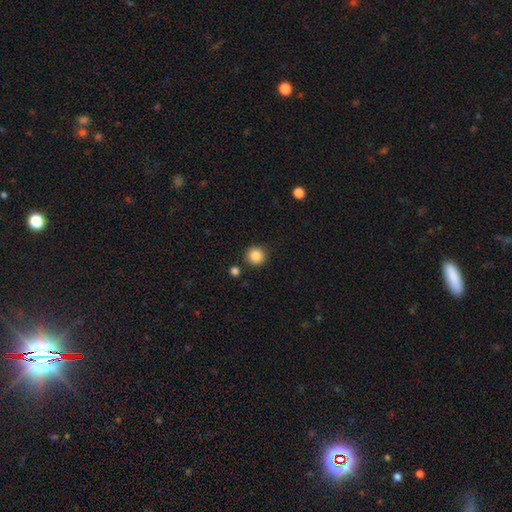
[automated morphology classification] smooth_or_featured: smooth (p=0.86) [alt: star or artifact p=0.10]
how_rounded: round (p=0.94) [alt: in between p=0.05]
merging: none (p=0.89) [alt: minor disturbance p=0.06]